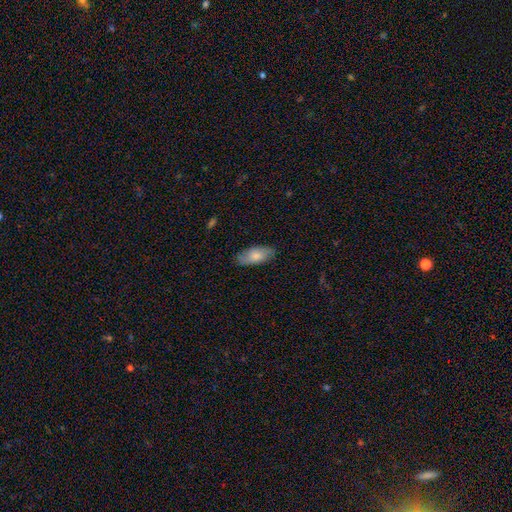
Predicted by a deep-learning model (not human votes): Smooth or featured: smooth — 78% (featured or disk — 16%)
How rounded: in between — 88% (cigar-shaped — 10%)
Merging: none — 84% (minor disturbance — 13%)